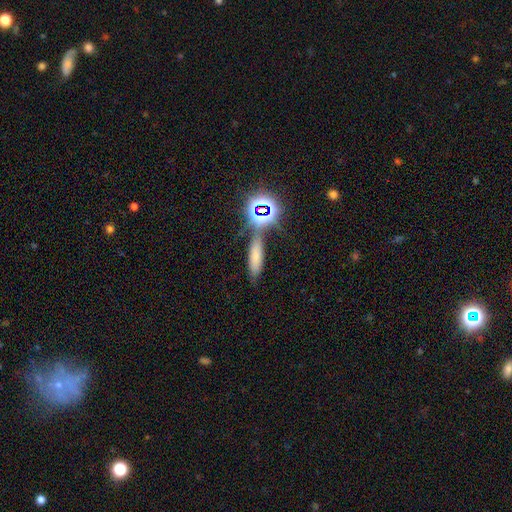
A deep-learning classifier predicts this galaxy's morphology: smooth 61%, star or artifact 24%, featured or disk 14%. Down the decision tree: how rounded — cigar-shaped (61%); merging — none (71%).